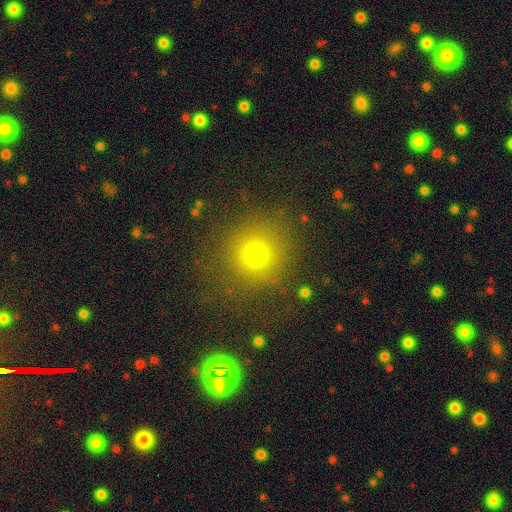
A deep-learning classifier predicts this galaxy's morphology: Smooth or featured? smooth (62%)
How rounded? round (93%)
Merging? none (87%)